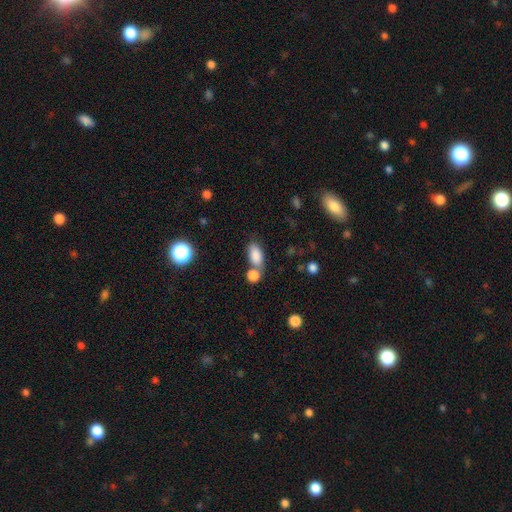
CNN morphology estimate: type=smooth (84%); roundness=in between (89%); merging=none (47%).